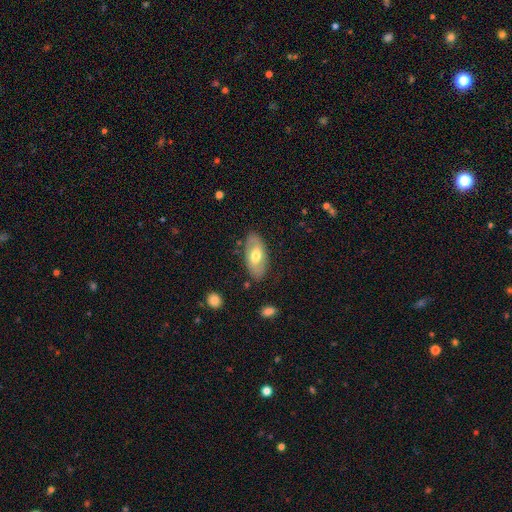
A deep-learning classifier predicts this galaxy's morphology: The model was most divided on "smooth or featured": smooth: 53%, featured or disk: 41%, star or artifact: 6%. More confident: how rounded — in between (92%); merging — none (80%).